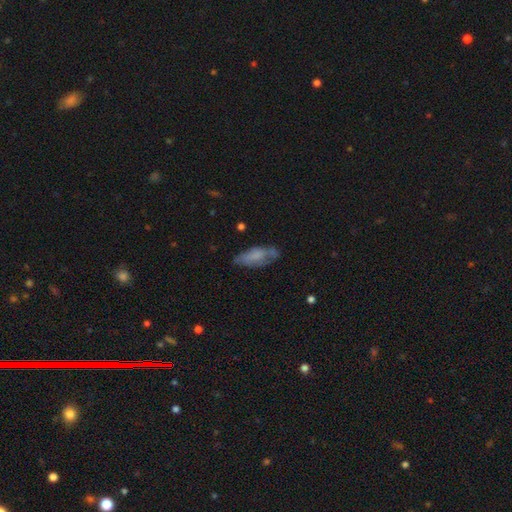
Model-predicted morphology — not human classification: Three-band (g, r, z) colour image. It shows a smooth galaxy with no disk features (61%) that is in between round and cigar-shaped (71%). Merging: none (52%).